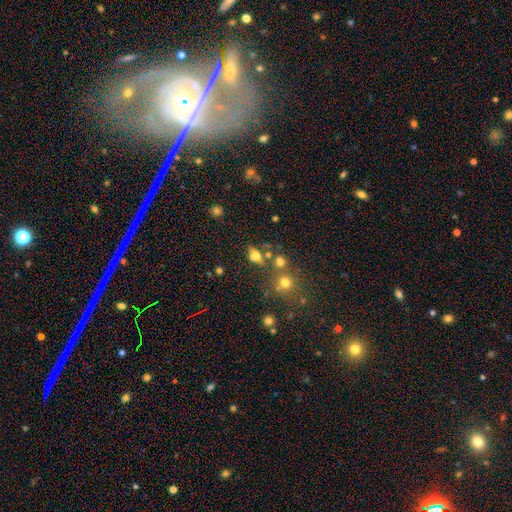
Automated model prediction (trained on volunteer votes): Smooth or featured?
  - smooth: 58% *
  - featured or disk: 23%
  - star or artifact: 19%
How rounded?
  - in between: 62% *
  - round: 26%
  - cigar-shaped: 12%
Merging?
  - none: 51% *
  - merger: 22%
  - minor disturbance: 16%
  - major disturbance: 10%